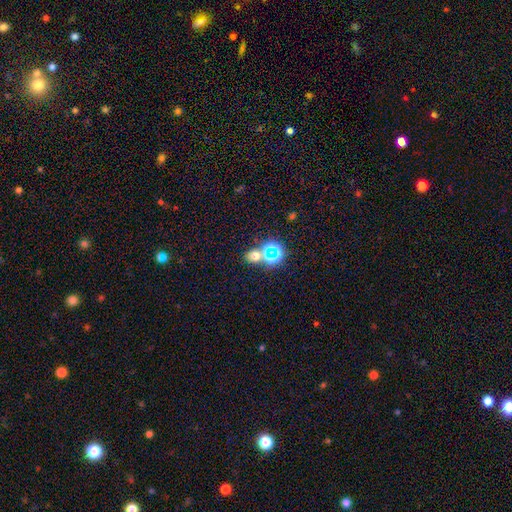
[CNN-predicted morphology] Q: Smooth or featured?
A: smooth (55%); runner-up: star or artifact (35%)
Q: How rounded?
A: round (65%); runner-up: in between (34%)
Q: Merging?
A: none (61%); runner-up: merger (28%)